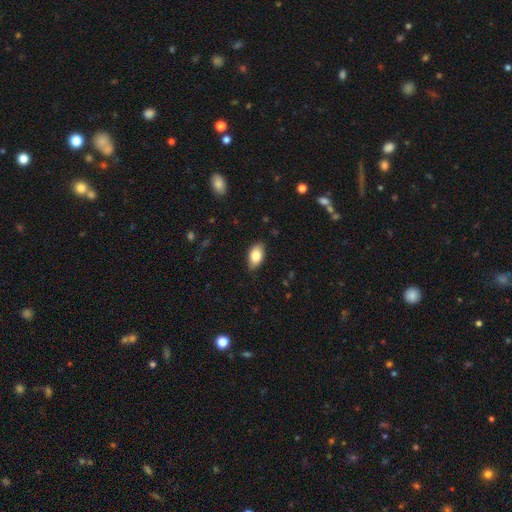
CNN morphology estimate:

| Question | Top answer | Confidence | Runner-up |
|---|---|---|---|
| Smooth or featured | smooth | 83% | featured or disk (10%) |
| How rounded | in between | 92% | round (5%) |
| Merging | none | 84% | minor disturbance (12%) |